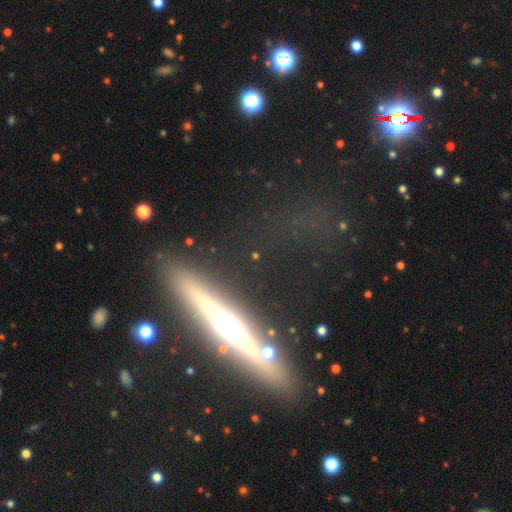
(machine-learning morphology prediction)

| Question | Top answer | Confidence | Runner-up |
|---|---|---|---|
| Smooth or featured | featured or disk | 56% | smooth (23%) |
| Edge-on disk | yes | 88% | no (12%) |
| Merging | none | 82% | minor disturbance (10%) |